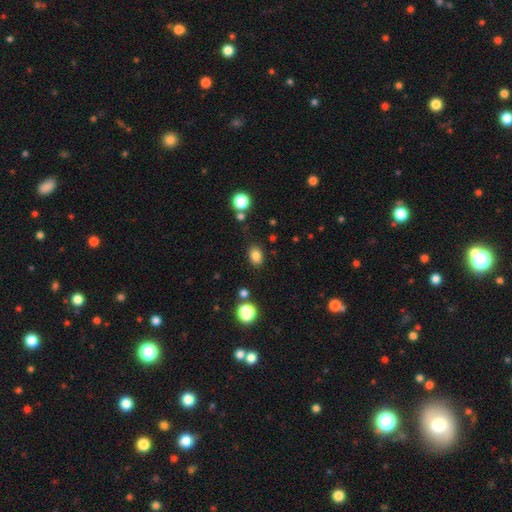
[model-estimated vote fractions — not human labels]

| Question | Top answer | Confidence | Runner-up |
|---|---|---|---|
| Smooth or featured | smooth | 83% | star or artifact (12%) |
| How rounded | in between | 69% | round (30%) |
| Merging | none | 83% | minor disturbance (11%) |